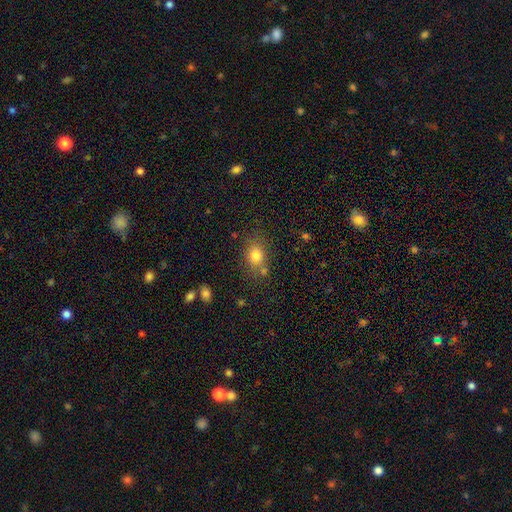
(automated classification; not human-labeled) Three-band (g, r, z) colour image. It shows a smooth galaxy with no disk features (79%) that is in between round and cigar-shaped (55%). Merging: none (68%).